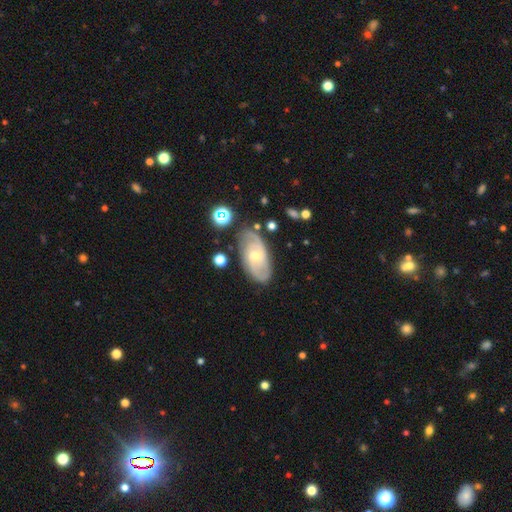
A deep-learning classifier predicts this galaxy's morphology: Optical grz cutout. It shows a featured or disk galaxy (76%) with no bar (55%), 2 (64%) medium (43%, tied with tight) spiral arms (92%) and a small central bulge (48%, tied with moderate). Merging: none (76%).